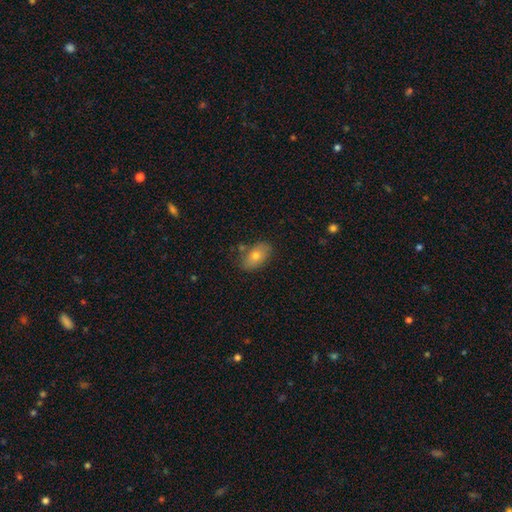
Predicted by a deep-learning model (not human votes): A smooth galaxy with no disk features (71%) that is in between round and cigar-shaped (90%). Merging: none (79%).